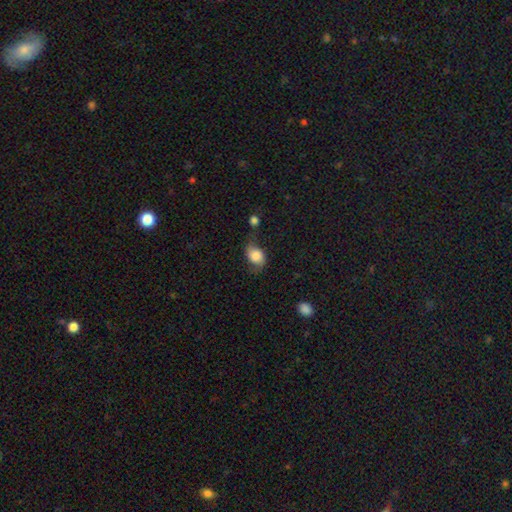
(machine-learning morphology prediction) Smooth or featured? smooth (63%)
How rounded? in between (66%)
Merging? none (43%)